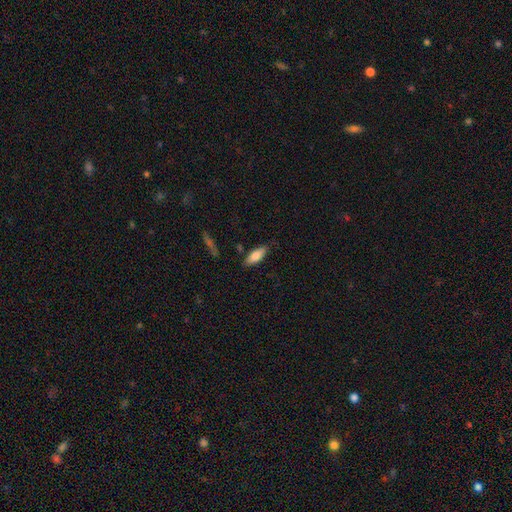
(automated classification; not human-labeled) This is clearly a smooth galaxy (80%). How rounded: likely in between (69%). Merging: likely none (79%).